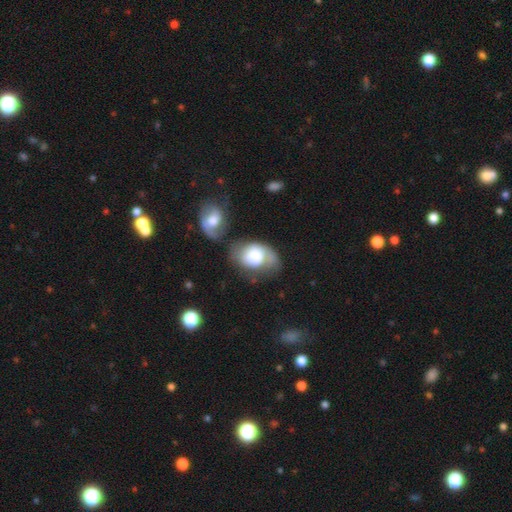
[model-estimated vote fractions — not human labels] Smooth or featured? smooth (59%)
How rounded? in between (76%)
Merging? none (29%)